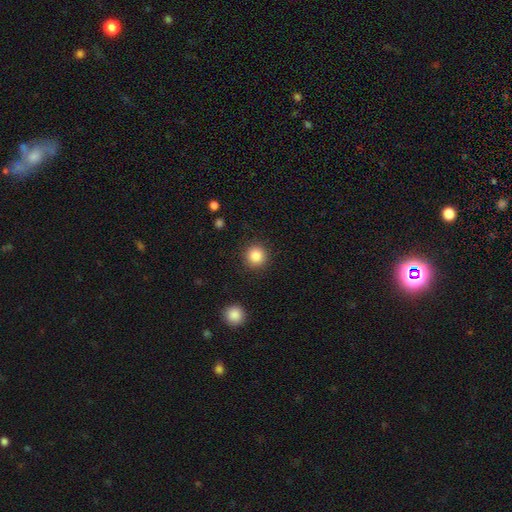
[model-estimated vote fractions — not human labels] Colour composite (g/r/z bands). It shows a smooth galaxy with no disk features (86%) that is round (94%). Merging: none (90%).